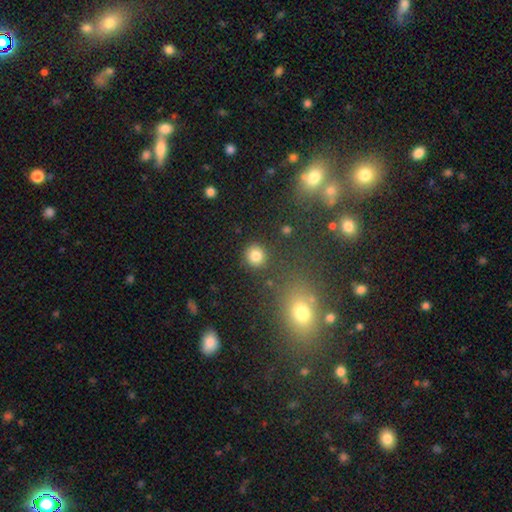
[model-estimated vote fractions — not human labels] The model was most divided on "smooth or featured": smooth: 81%, star or artifact: 12%, featured or disk: 7%. More confident: how rounded — round (89%); merging — none (88%).